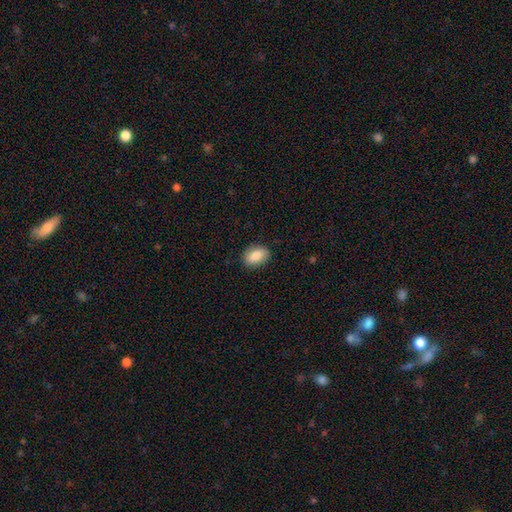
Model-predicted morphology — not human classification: A smooth galaxy with no disk features (84%) that is in between round and cigar-shaped (85%).

Vote fractions:
- Smooth or featured? smooth: 84% / featured or disk: 9% / star or artifact: 7%
- How rounded? in between: 85% / round: 13% / cigar-shaped: 2%
- Merging? none: 85% / minor disturbance: 11% / major disturbance: 3% / merger: 1%